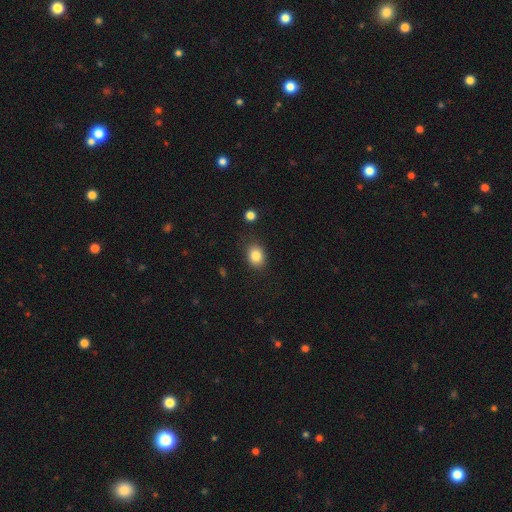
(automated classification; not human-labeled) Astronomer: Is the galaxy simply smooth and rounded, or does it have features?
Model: smooth — 85%.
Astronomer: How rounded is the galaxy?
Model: in between — 58% (runner-up: round, 42%).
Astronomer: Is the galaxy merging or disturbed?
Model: none — 83%.